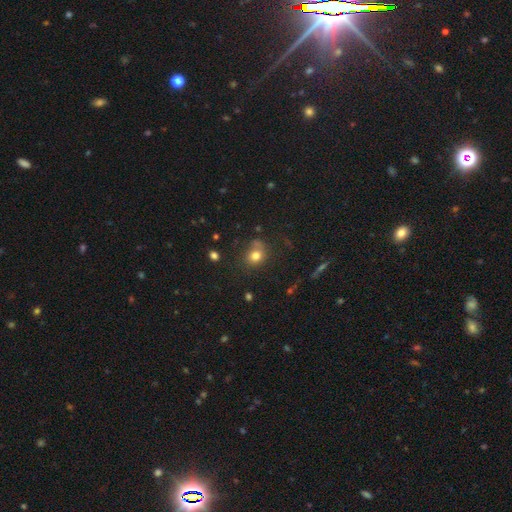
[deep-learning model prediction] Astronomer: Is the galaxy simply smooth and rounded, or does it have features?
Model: smooth — 77%.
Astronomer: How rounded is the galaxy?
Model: round — 71%.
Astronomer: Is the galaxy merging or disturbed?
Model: none — 63%.